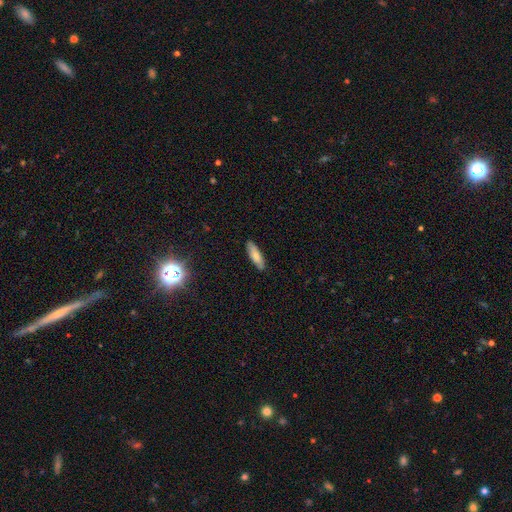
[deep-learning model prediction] This appears to be a smooth galaxy with no disk features (76%) that is cigar-shaped (55%). Merging: none (84%).